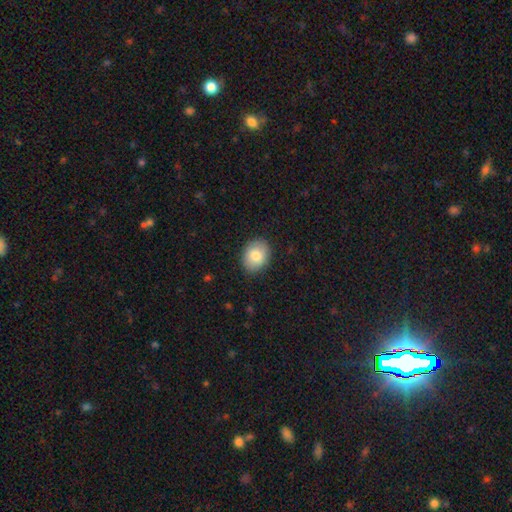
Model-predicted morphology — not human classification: This is clearly a smooth galaxy (82%). How rounded: likely in between (61%). Merging: clearly none (87%).